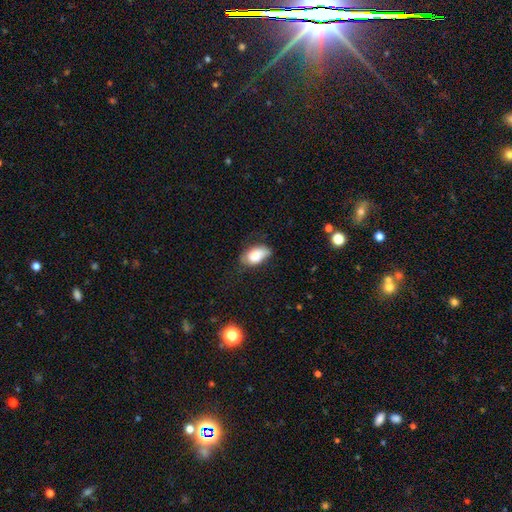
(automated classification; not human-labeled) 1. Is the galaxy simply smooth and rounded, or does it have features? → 81% smooth, 12% featured or disk, 7% star or artifact.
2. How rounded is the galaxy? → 92% in between, 6% round, 2% cigar-shaped.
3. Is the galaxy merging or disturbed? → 52% none, 36% minor disturbance, 10% major disturbance, 2% merger.